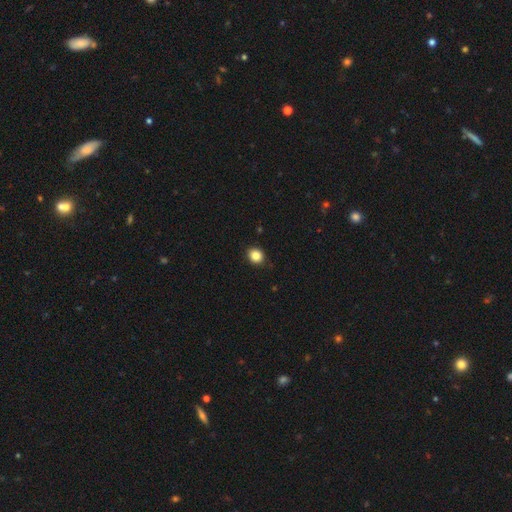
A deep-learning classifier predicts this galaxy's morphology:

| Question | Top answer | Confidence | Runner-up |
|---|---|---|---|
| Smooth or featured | smooth | 86% | star or artifact (10%) |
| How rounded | round | 78% | in between (21%) |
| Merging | none | 90% | minor disturbance (7%) |